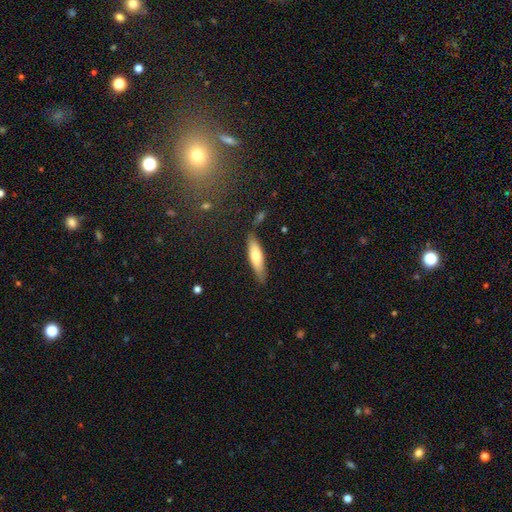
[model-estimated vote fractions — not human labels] Smooth or featured? smooth (65%)
How rounded? cigar-shaped (67%)
Merging? none (79%)